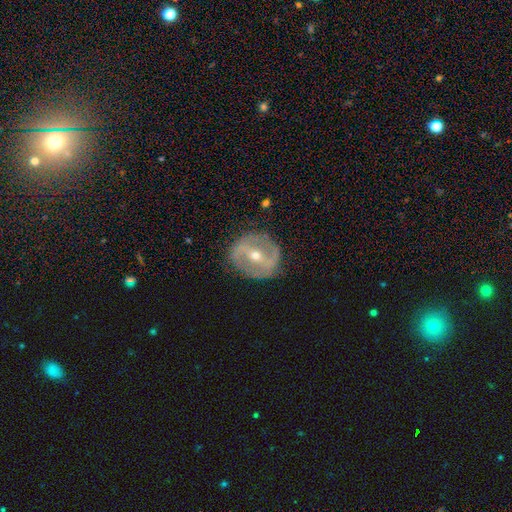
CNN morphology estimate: The model was most divided on "bulge size": moderate: 49%, small: 48%, large: 1%, none: 1%, dominant: 1%. More confident: edge-on disk — no (93%); merging — none (82%); smooth or featured — featured or disk (79%); spiral arms — yes (59%); bar — strong (57%).